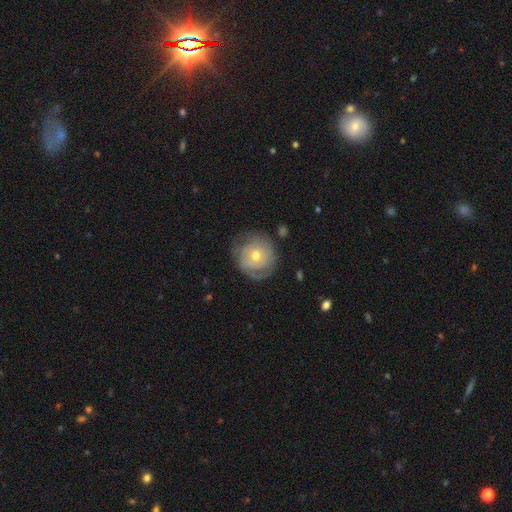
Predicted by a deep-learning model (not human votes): Smooth or featured: featured or disk — 58% (smooth — 35%)
Edge-on disk: no — 97% (yes — 3%)
Bar: no — 77% (weak — 19%)
Spiral arms: yes — 71% (no — 29%)
Bulge size: moderate — 64% (small — 30%)
Merging: none — 69% (minor disturbance — 20%)